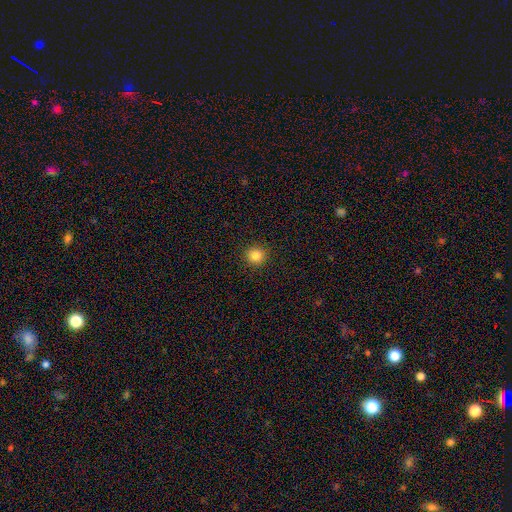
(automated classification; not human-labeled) This is clearly a smooth galaxy (84%). How rounded: clearly round (94%). Merging: clearly none (93%).